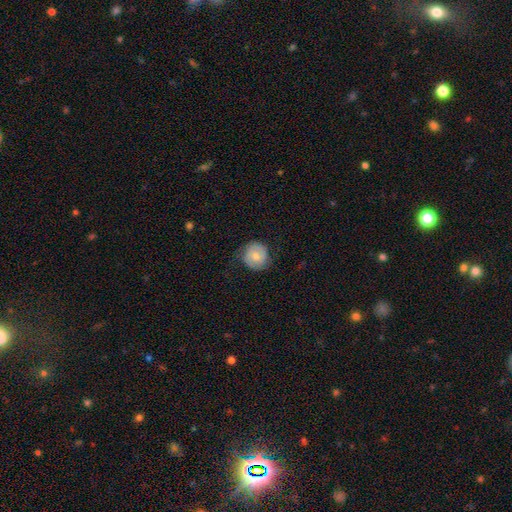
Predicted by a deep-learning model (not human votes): smooth 61%, featured or disk 32%, star or artifact 7%. Down the decision tree: how rounded — round (88%); merging — none (74%).